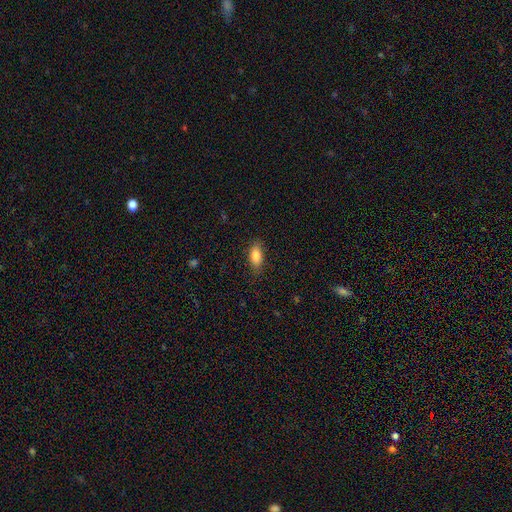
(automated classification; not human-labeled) Smooth or featured? Predicted: smooth (p=0.84). How rounded? Predicted: in between (p=0.85). Merging? Predicted: none (p=0.83).